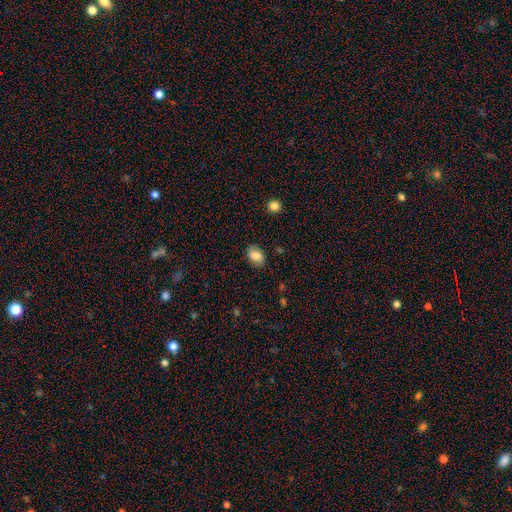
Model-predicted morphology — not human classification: Smooth or featured: smooth — 77% (featured or disk — 14%)
How rounded: in between — 80% (round — 19%)
Merging: none — 82% (minor disturbance — 14%)